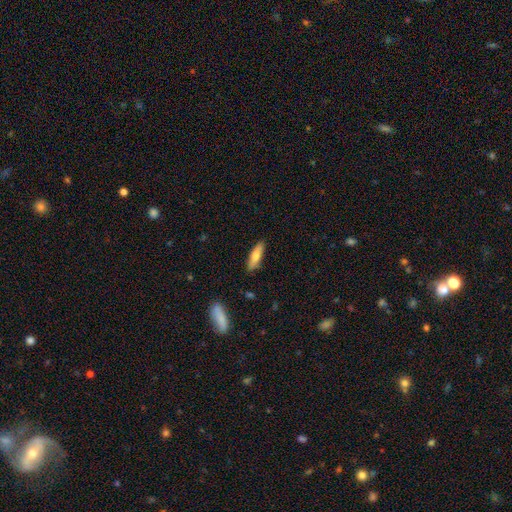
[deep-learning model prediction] Smooth or featured? Predicted: smooth (p=0.70). How rounded? Predicted: cigar-shaped (p=0.63). Merging? Predicted: none (p=0.87).